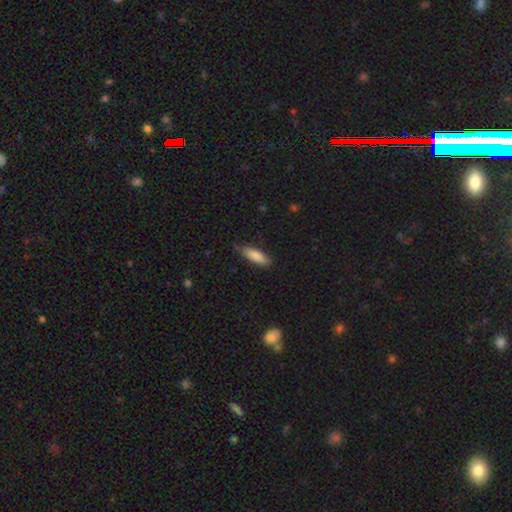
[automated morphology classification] type=smooth (84%); roundness=in between (51%); merging=none (78%).